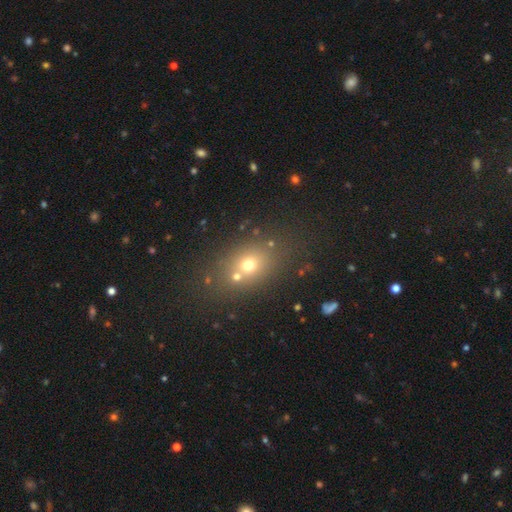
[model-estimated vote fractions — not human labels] smooth_or_featured: smooth (p=0.52) [alt: star or artifact p=0.34]
how_rounded: in between (p=0.60) [alt: round p=0.36]
merging: none (p=0.76) [alt: minor disturbance p=0.11]